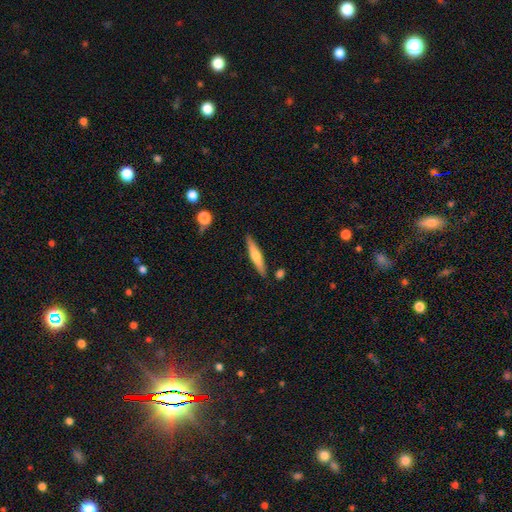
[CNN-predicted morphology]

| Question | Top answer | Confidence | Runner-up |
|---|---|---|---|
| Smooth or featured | smooth | 54% | featured or disk (40%) |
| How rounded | cigar-shaped | 89% | in between (9%) |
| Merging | none | 87% | minor disturbance (9%) |